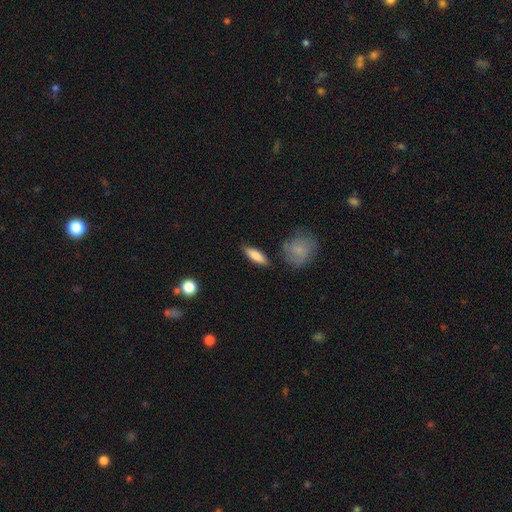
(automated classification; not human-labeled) smooth 78%, featured or disk 16%, star or artifact 6%. Down the decision tree: how rounded — in between (50%); merging — none (84%).